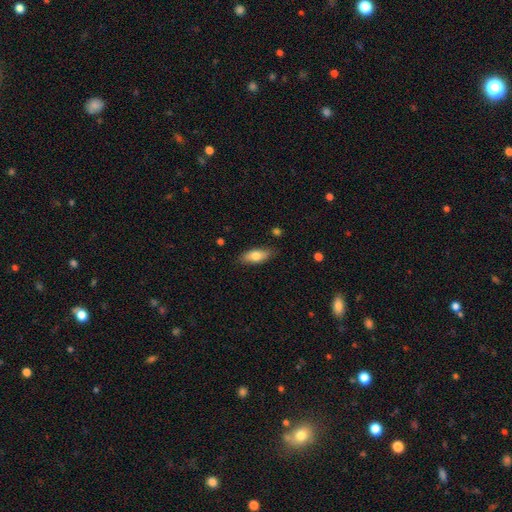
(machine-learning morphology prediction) Smooth or featured?
  - smooth: 75% *
  - featured or disk: 19%
  - star or artifact: 7%
How rounded?
  - in between: 79% *
  - cigar-shaped: 18%
  - round: 3%
Merging?
  - none: 84% *
  - minor disturbance: 13%
  - major disturbance: 2%
  - merger: 1%